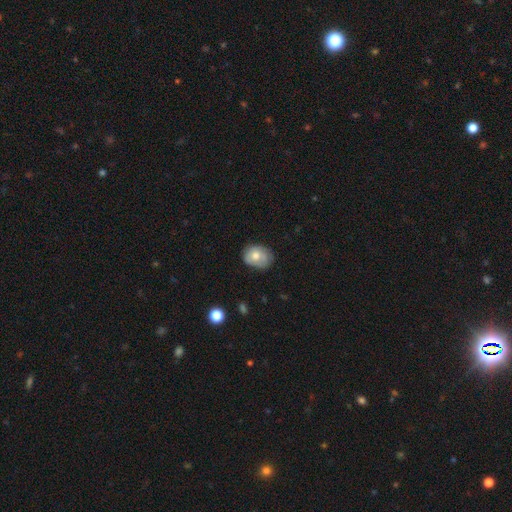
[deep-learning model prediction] A smooth galaxy with no disk features (67%) that is in between round and cigar-shaped (64%).

Vote fractions:
- Smooth or featured? smooth: 67% / featured or disk: 25% / star or artifact: 8%
- How rounded? in between: 64% / round: 35% / cigar-shaped: 1%
- Merging? none: 68% / minor disturbance: 26% / major disturbance: 5% / merger: 1%